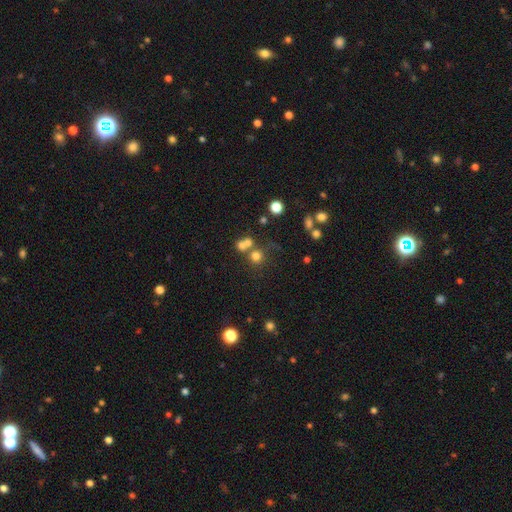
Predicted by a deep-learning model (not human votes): Smooth or featured? Predicted: smooth (p=0.54). How rounded? Predicted: round (p=0.85). Merging? Predicted: none (p=0.53).